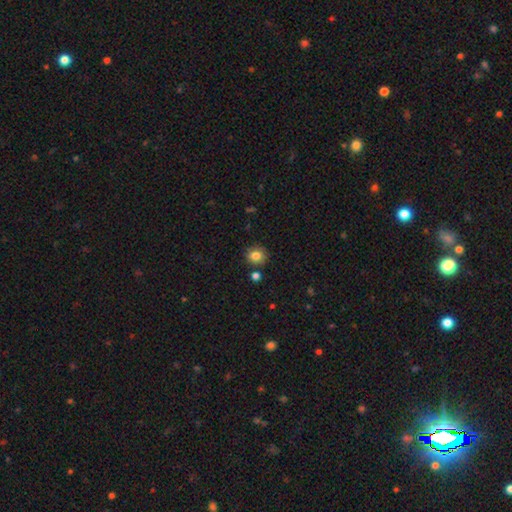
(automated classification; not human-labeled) This appears to be a smooth galaxy with no disk features (82%) that is round (83%). Merging: none (84%).